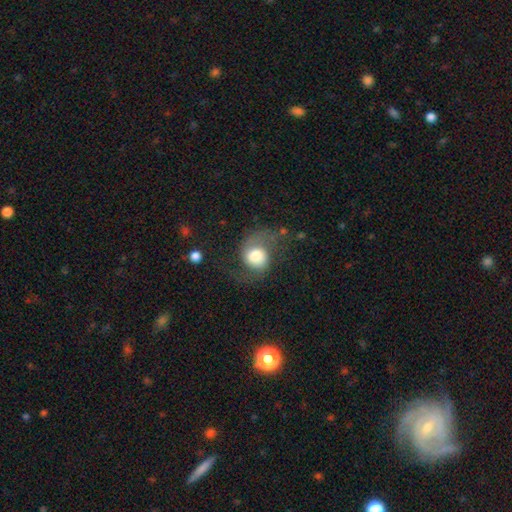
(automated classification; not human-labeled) Morphology: type=featured or disk (52%); edge-on=no (97%); bar=no (65%); spiral arms=yes (87%); bulge=large (41%); merging=none (47%).